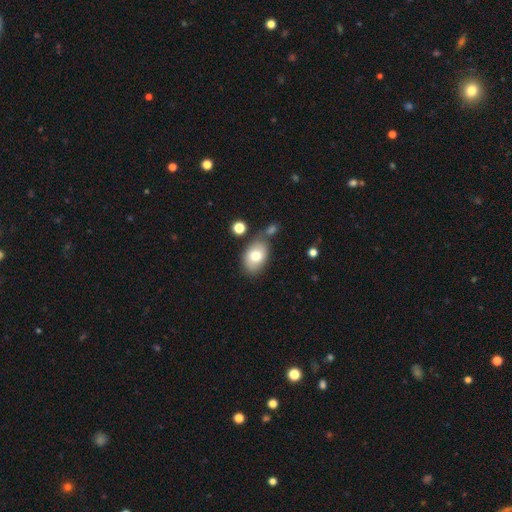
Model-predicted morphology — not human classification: The model was most divided on "merging": none: 60%, minor disturbance: 19%, merger: 15%, major disturbance: 6%. More confident: how rounded — in between (84%); smooth or featured — smooth (76%).